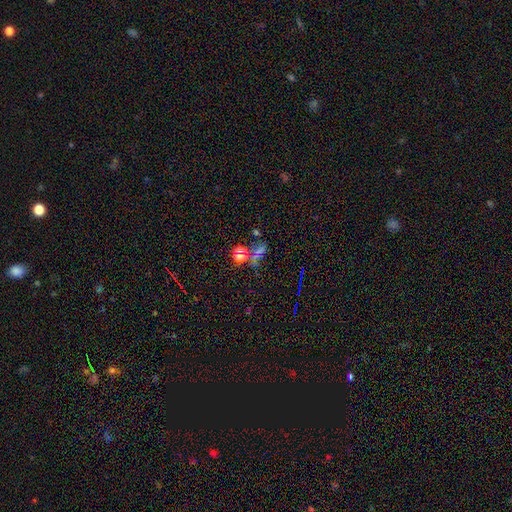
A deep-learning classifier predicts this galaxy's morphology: Smooth or featured? Predicted: star or artifact (p=0.59).